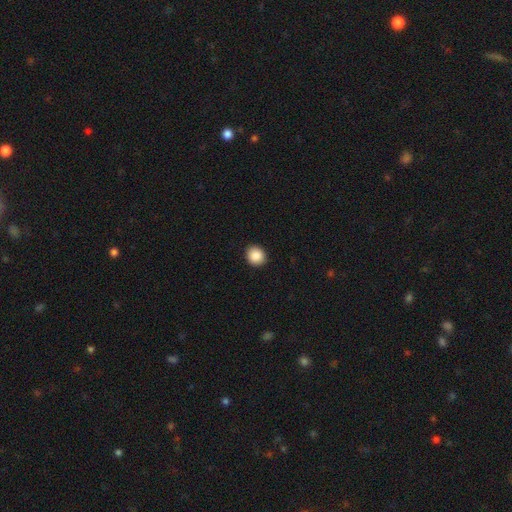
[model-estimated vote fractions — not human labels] Q: Smooth or featured?
A: smooth (89%); runner-up: star or artifact (8%)
Q: How rounded?
A: round (85%); runner-up: in between (14%)
Q: Merging?
A: none (91%); runner-up: minor disturbance (6%)